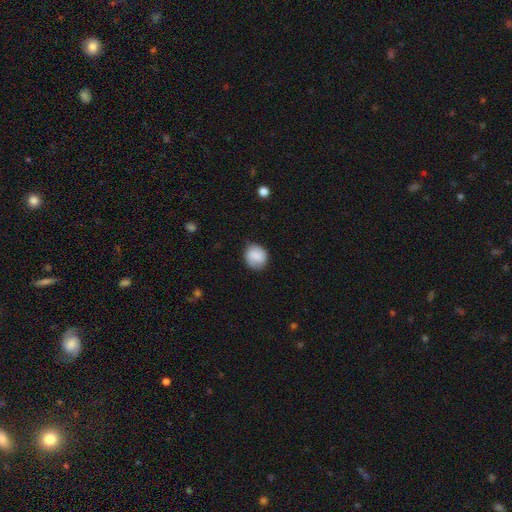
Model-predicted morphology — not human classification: The model was most divided on "how rounded": round: 77%, in between: 22%, cigar-shaped: 1%. More confident: smooth or featured — smooth (78%); merging — none (77%).